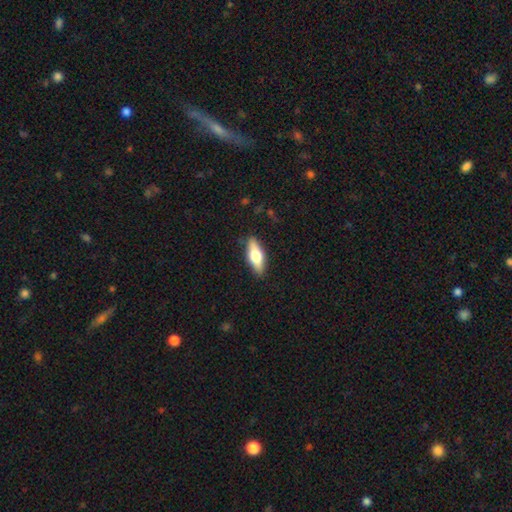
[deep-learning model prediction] Overall: smooth (56%; featured or disk 38%). How rounded: in between (65%; cigar-shaped 32%). Merging: none (87%).